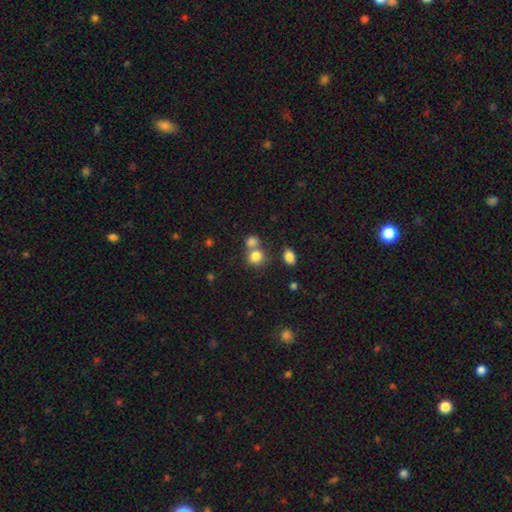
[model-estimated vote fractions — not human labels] A smooth galaxy with no disk features (81%) that is round (76%). Merging: none (51%).